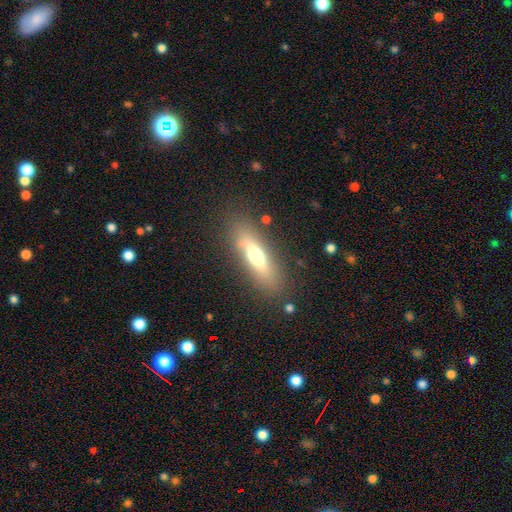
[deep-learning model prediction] Smooth or featured? Predicted: smooth (p=0.54). How rounded? Predicted: cigar-shaped (p=0.57). Merging? Predicted: none (p=0.80).